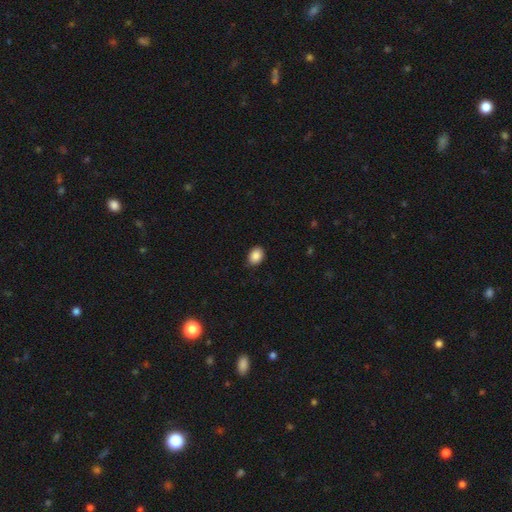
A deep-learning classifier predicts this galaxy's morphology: Smooth or featured?
  - smooth: 88% *
  - star or artifact: 8%
  - featured or disk: 4%
How rounded?
  - in between: 64% *
  - round: 35%
  - cigar-shaped: 1%
Merging?
  - none: 84% *
  - minor disturbance: 13%
  - major disturbance: 2%
  - merger: 1%